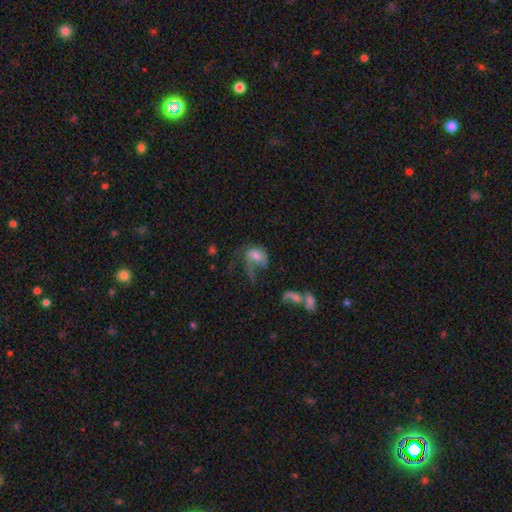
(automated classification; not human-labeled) Smooth or featured: featured or disk — 50% (smooth — 40%)
Edge-on disk: no — 96% (yes — 4%)
Merging: major disturbance — 54% (none — 21%)